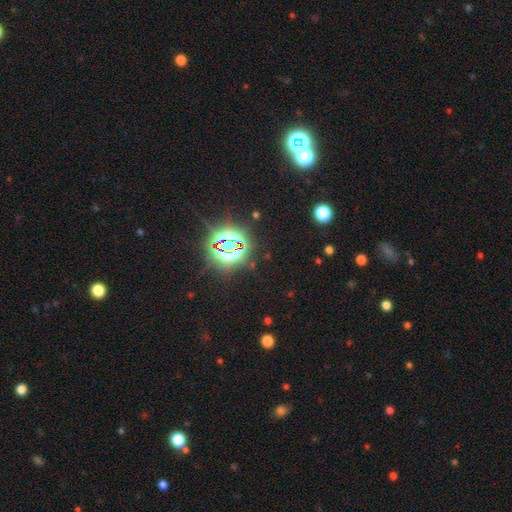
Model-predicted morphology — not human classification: This is clearly a star or artifact rather than a galaxy (83%).